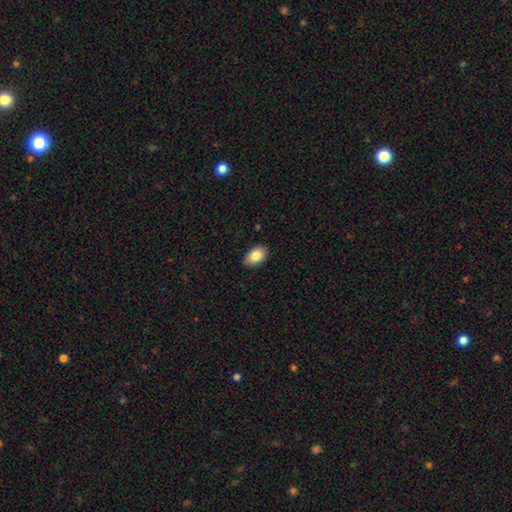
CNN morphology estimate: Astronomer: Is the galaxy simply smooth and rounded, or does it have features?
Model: smooth — 83%.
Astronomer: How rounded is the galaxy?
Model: in between — 91%.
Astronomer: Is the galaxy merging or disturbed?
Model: none — 86%.